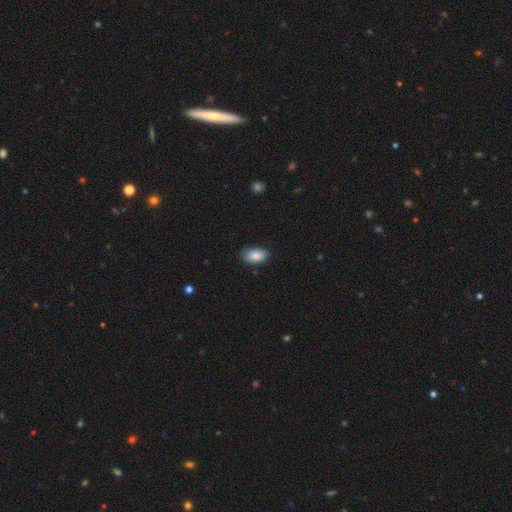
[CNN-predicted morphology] smooth 86%, featured or disk 7%, star or artifact 7%. Down the decision tree: how rounded — in between (93%); merging — none (80%).